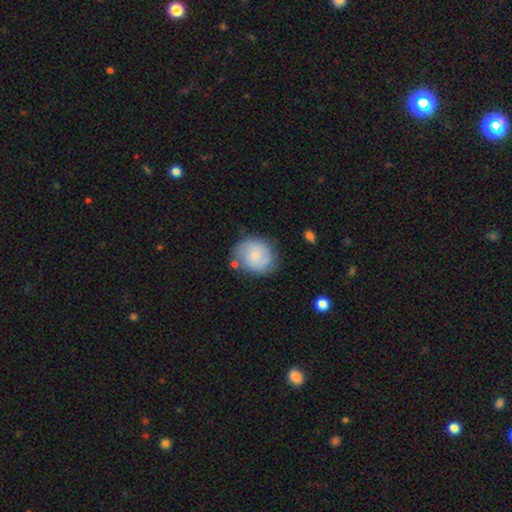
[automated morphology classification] Overall: smooth (52%; featured or disk 41%). How rounded: round (67%; in between 32%). Merging: none (68%).